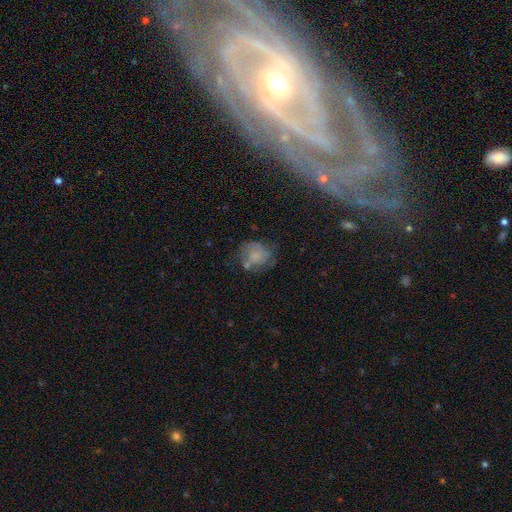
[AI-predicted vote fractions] Q: Smooth or featured?
A: featured or disk (44%); tied with: smooth (44%)
Q: Merging?
A: none (47%); runner-up: minor disturbance (25%)